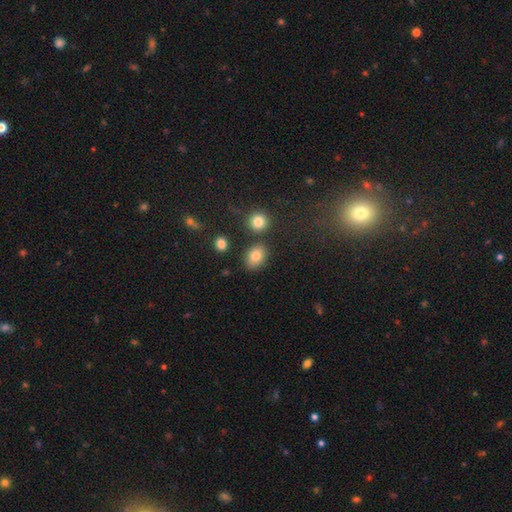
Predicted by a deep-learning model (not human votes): This appears to be a smooth galaxy with no disk features (82%) that is in between round and cigar-shaped (68%). Merging: none (78%).